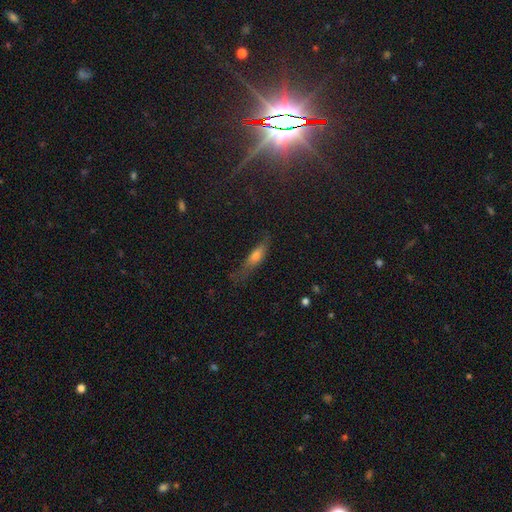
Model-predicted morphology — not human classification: Smooth or featured? smooth (56%)
How rounded? cigar-shaped (66%)
Merging? none (57%)